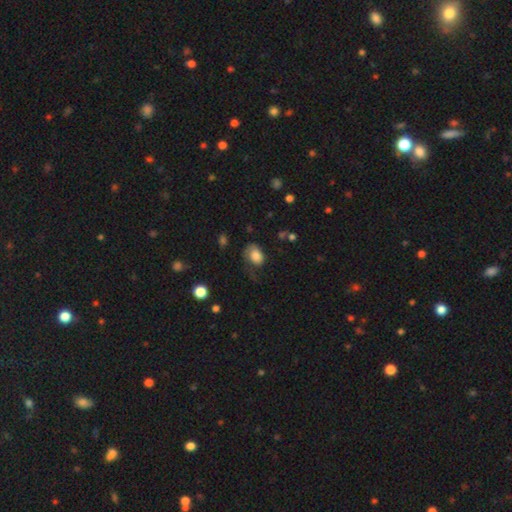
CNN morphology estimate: Smooth or featured? Predicted: smooth (p=0.73). How rounded? Predicted: in between (p=0.76). Merging? Predicted: none (p=0.40).